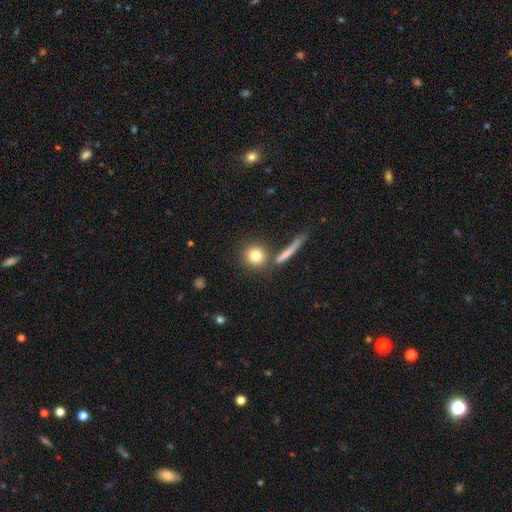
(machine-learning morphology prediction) This is likely a smooth galaxy (80%). How rounded: clearly round (87%). Merging: likely none (75%).